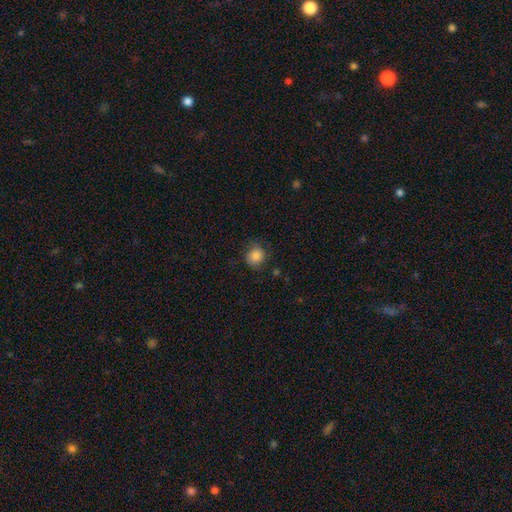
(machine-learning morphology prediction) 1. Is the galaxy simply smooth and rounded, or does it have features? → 84% smooth, 9% star or artifact, 8% featured or disk.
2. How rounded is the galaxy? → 82% round, 17% in between, 1% cigar-shaped.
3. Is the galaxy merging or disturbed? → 70% none, 21% minor disturbance, 7% major disturbance, 1% merger.